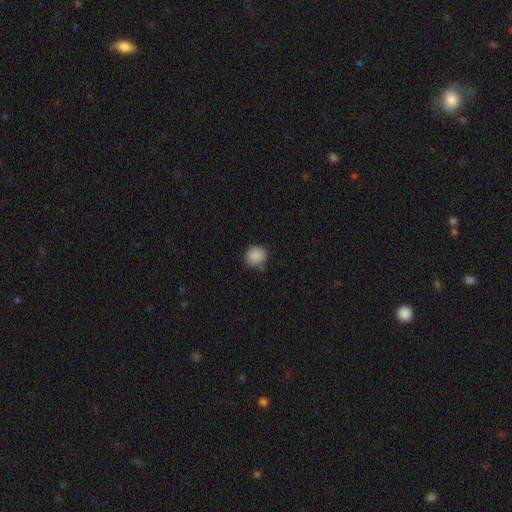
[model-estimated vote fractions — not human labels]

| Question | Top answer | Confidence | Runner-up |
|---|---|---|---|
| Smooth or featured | smooth | 88% | star or artifact (8%) |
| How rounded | round | 83% | in between (16%) |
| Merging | none | 81% | minor disturbance (14%) |